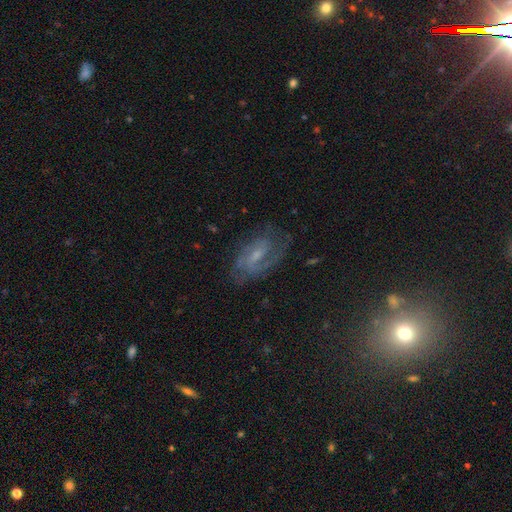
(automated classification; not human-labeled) This appears to be a featured or disk galaxy (75%) with a weak bar (55%), 2 (52%) medium (45%) spiral arms (91%) and a small central bulge (50%). Merging: none (67%).